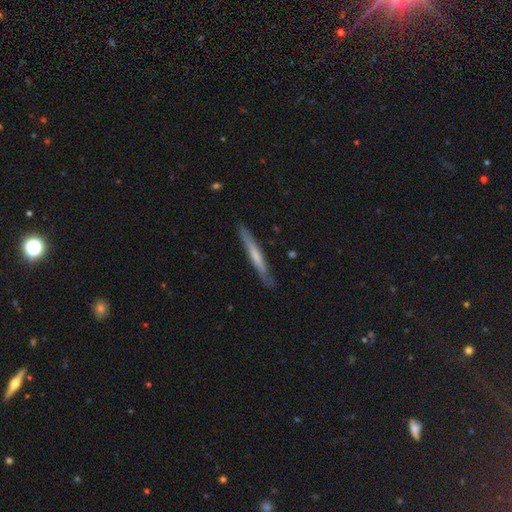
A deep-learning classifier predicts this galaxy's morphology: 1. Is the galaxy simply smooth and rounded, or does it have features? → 53% smooth, 41% featured or disk, 5% star or artifact.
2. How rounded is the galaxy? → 96% cigar-shaped, 3% in between, 1% round.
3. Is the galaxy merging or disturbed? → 87% none, 10% minor disturbance, 2% major disturbance, 1% merger.